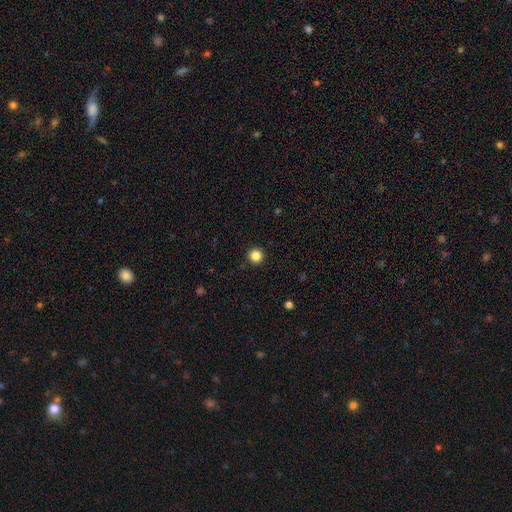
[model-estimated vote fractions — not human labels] Smooth or featured? Predicted: smooth (p=0.85). How rounded? Predicted: round (p=0.96). Merging? Predicted: none (p=0.93).